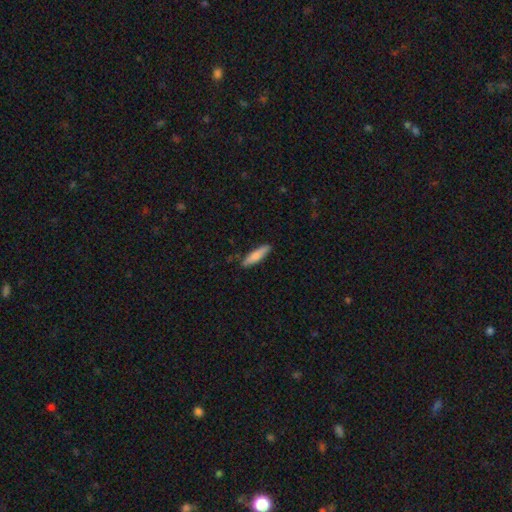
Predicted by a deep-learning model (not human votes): Smooth or featured: smooth — 78% (featured or disk — 17%)
How rounded: cigar-shaped — 77% (in between — 22%)
Merging: none — 85% (minor disturbance — 12%)